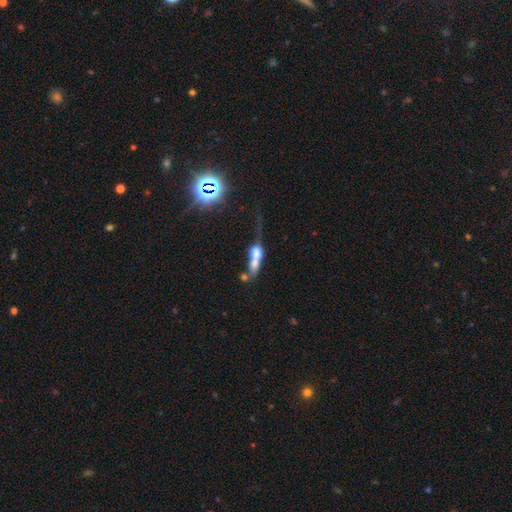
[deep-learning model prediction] Q: Smooth or featured?
A: smooth (52%); runner-up: featured or disk (34%)
Q: How rounded?
A: in between (55%); runner-up: cigar-shaped (27%)
Q: Merging?
A: merger (60%); runner-up: major disturbance (17%)